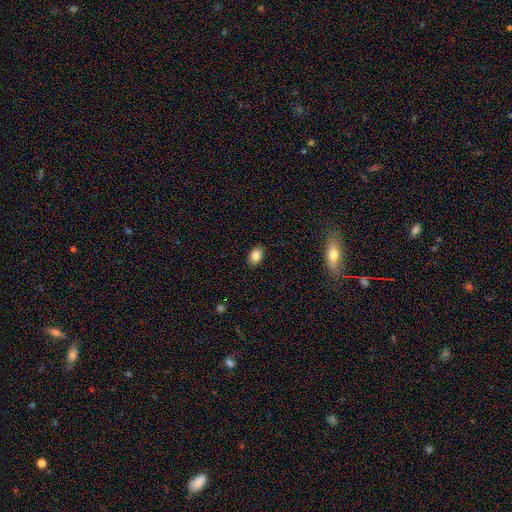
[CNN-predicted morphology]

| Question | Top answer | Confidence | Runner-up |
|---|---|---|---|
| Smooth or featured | smooth | 85% | star or artifact (9%) |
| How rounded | in between | 81% | round (18%) |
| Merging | none | 88% | minor disturbance (9%) |